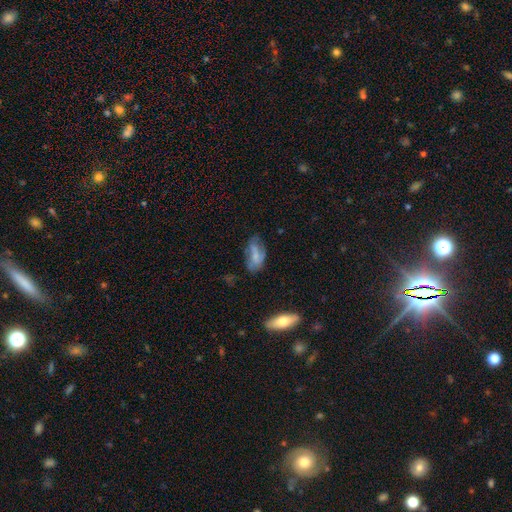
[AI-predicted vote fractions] A smooth galaxy with no disk features (55%) that is in between round and cigar-shaped (88%).

Vote fractions:
- Smooth or featured? smooth: 55% / featured or disk: 37% / star or artifact: 8%
- How rounded? in between: 88% / cigar-shaped: 8% / round: 4%
- Merging? none: 48% / minor disturbance: 31% / major disturbance: 17% / merger: 4%